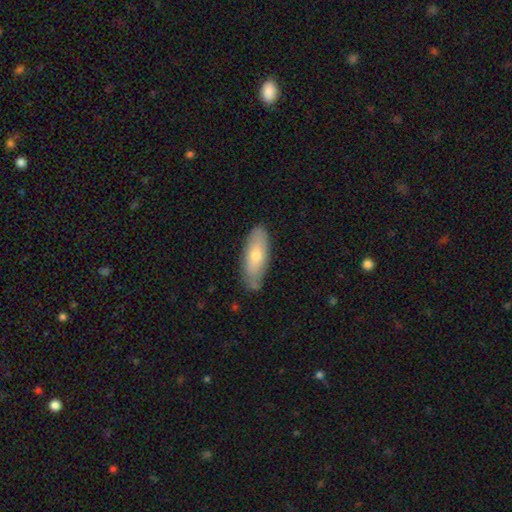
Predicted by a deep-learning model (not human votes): This is likely a smooth galaxy (68%). How rounded: likely in between (68%). Merging: likely none (77%).